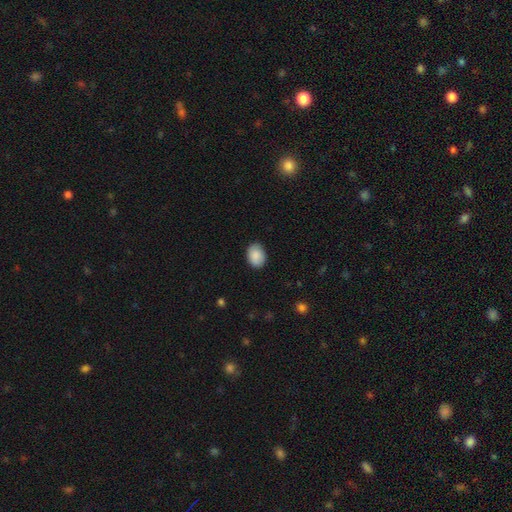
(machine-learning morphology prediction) Overall: smooth (88%). How rounded: in between (74%). Merging: none (83%).